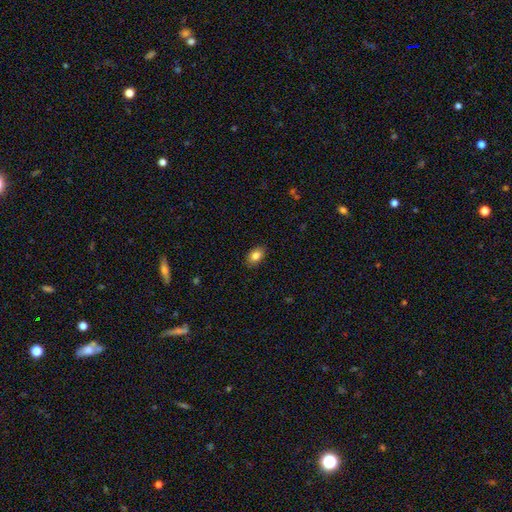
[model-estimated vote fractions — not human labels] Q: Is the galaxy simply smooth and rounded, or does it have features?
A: smooth — 84%.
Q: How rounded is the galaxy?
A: in between — 84%.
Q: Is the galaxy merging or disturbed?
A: none — 87%.